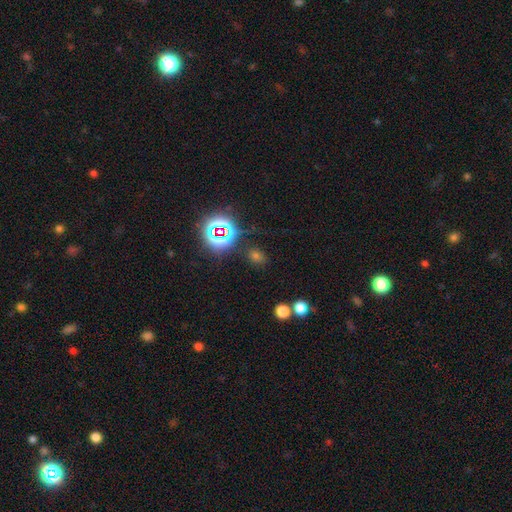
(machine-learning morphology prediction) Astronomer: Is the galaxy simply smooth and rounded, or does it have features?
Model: smooth — 49% (runner-up: star or artifact, 44%).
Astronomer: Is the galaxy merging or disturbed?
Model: none — 79%.